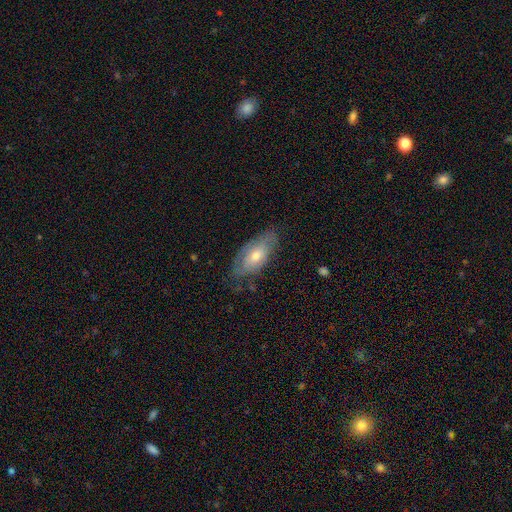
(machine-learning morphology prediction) type=smooth (50%); merging=none (63%).